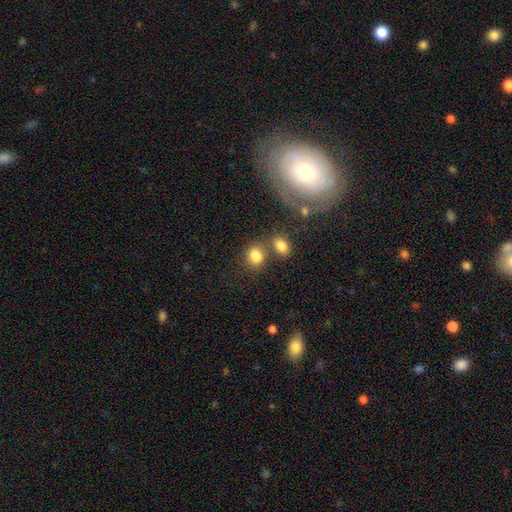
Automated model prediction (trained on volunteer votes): This appears to be a smooth galaxy with no disk features (83%) that is round (53%). Merging: none (54%).